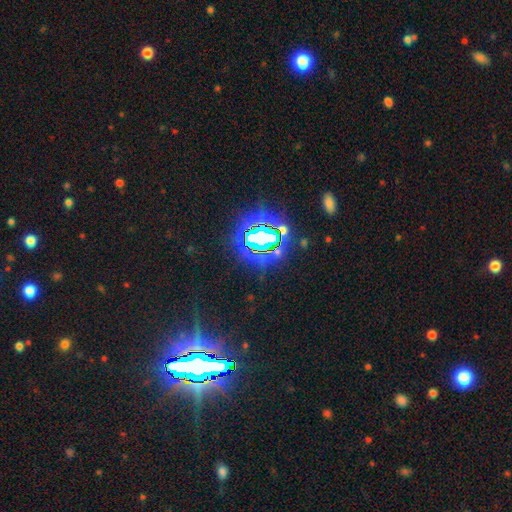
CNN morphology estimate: A star or artifact, not a galaxy (84%).